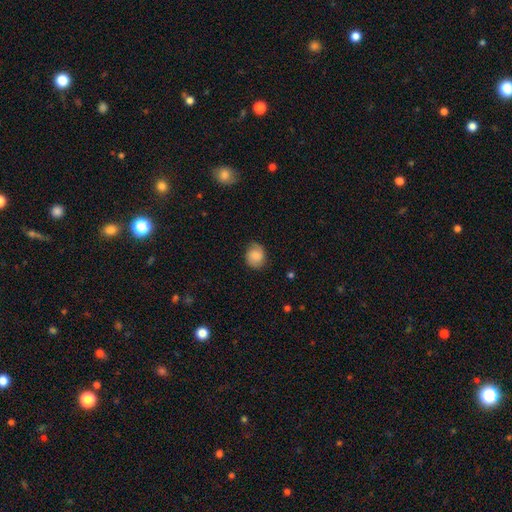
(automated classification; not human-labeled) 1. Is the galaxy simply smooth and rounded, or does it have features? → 74% smooth, 18% featured or disk, 8% star or artifact.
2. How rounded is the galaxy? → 69% round, 30% in between, 1% cigar-shaped.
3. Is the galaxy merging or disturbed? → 74% none, 19% minor disturbance, 5% major disturbance, 1% merger.